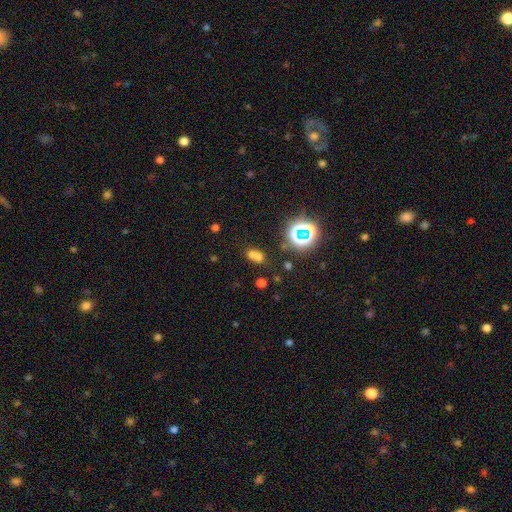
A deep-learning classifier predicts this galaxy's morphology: This appears to be a smooth galaxy with no disk features (60%) that is in between round and cigar-shaped (57%). Merging: merger (43%).